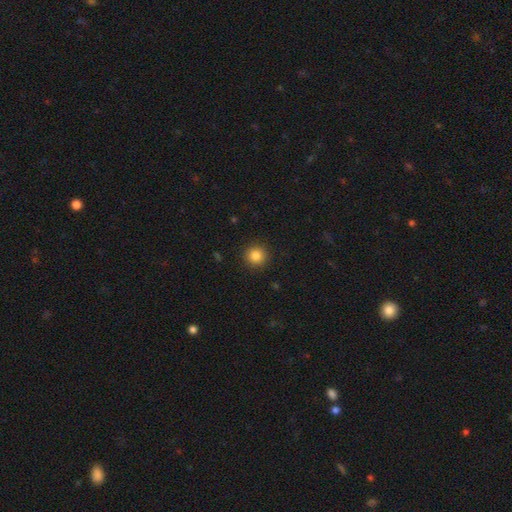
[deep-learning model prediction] Smooth or featured? smooth (84%)
How rounded? round (94%)
Merging? none (92%)